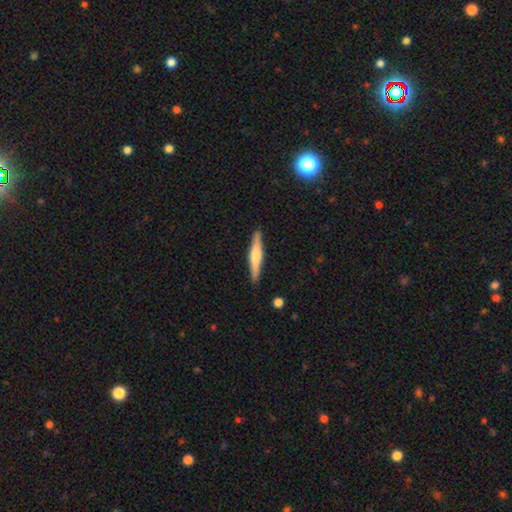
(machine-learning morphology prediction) A featured or disk galaxy (52%) viewed edge-on (97%) with a rounded central bulge (74%).

Vote fractions:
- Smooth or featured? featured or disk: 52% / smooth: 43% / star or artifact: 5%
- Edge-on disk? yes: 97% / no: 3%
- Edge-on bulge? rounded: 74% / none: 13% / boxy: 13%
- Merging? none: 90% / minor disturbance: 7% / major disturbance: 1% / merger: 1%